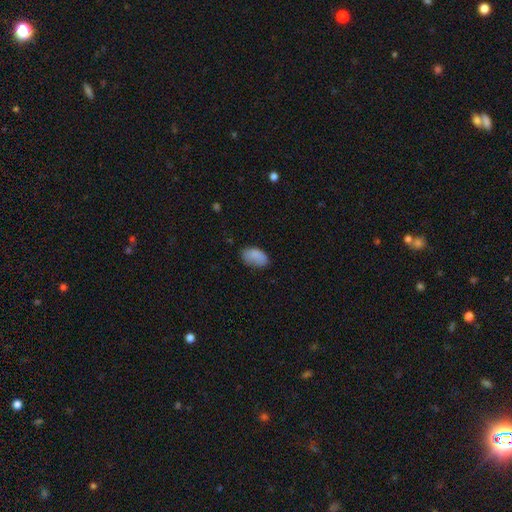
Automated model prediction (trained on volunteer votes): This appears to be a smooth galaxy with no disk features (85%) that is in between round and cigar-shaped (93%). Merging: none (69%).